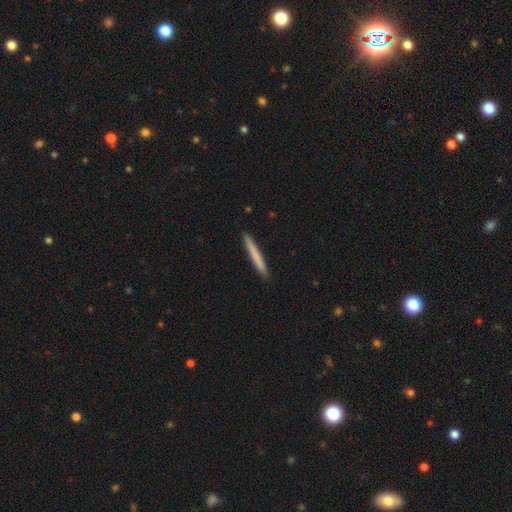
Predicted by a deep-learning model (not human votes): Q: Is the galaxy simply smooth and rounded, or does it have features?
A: smooth — 74%.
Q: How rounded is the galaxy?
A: cigar-shaped — 97%.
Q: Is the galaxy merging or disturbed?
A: none — 92%.